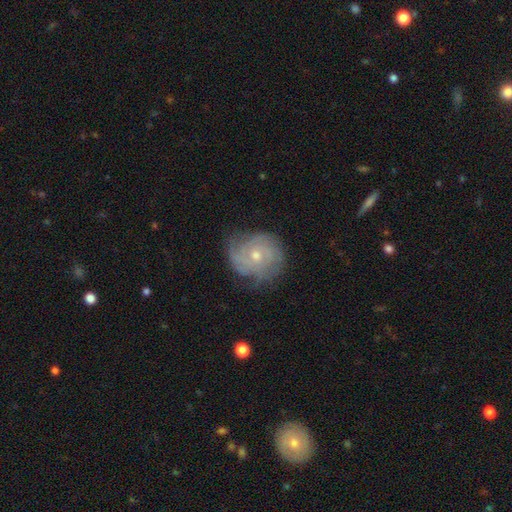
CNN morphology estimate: featured or disk 77%, smooth 16%, star or artifact 7%. Down the decision tree: edge-on disk — no (97%); bar — no (79%); spiral arms — yes (91%); spiral arm count — can't tell (40%); spiral winding — tight (68%); bulge size — small (51%); merging — none (70%).